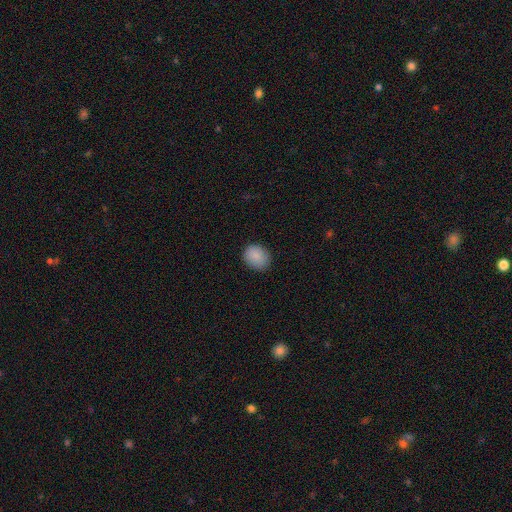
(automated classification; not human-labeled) A smooth galaxy with no disk features (87%) that is round (62%). Merging: none (83%).